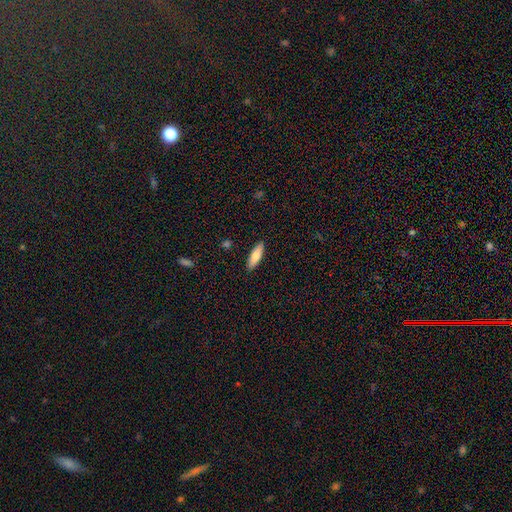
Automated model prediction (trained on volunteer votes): A smooth galaxy with no disk features (78%) that is cigar-shaped (54%).

Vote fractions:
- Smooth or featured? smooth: 78% / featured or disk: 16% / star or artifact: 6%
- How rounded? cigar-shaped: 54% / in between: 44% / round: 2%
- Merging? none: 89% / minor disturbance: 8% / major disturbance: 2% / merger: 1%